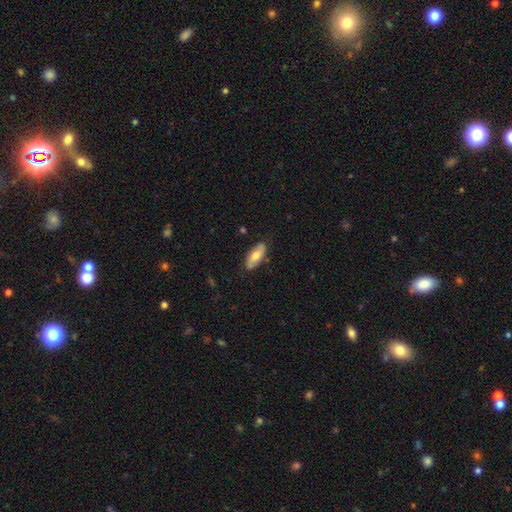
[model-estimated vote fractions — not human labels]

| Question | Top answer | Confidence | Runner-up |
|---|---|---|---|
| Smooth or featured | smooth | 61% | featured or disk (34%) |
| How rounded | in between | 78% | cigar-shaped (19%) |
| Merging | none | 83% | minor disturbance (14%) |